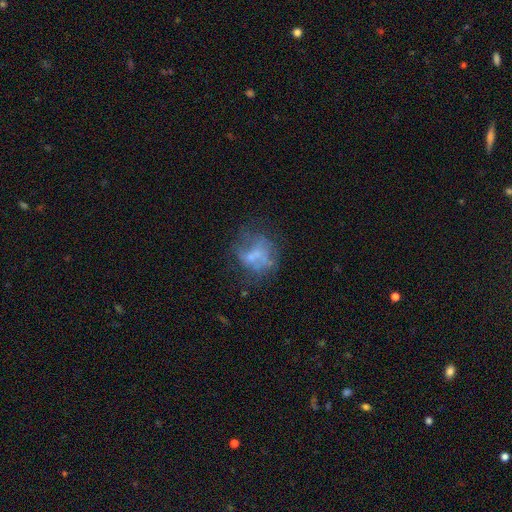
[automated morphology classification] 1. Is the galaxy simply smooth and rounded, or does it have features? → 52% featured or disk, 33% smooth, 15% star or artifact.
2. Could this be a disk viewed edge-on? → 98% no, 2% yes.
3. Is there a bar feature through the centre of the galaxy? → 82% no, 15% weak, 3% strong.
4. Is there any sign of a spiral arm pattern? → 84% no, 16% yes.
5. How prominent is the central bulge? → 49% none, 29% small, 18% moderate, 3% large, 1% dominant.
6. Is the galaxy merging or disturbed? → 42% none, 28% major disturbance, 20% minor disturbance, 11% merger.